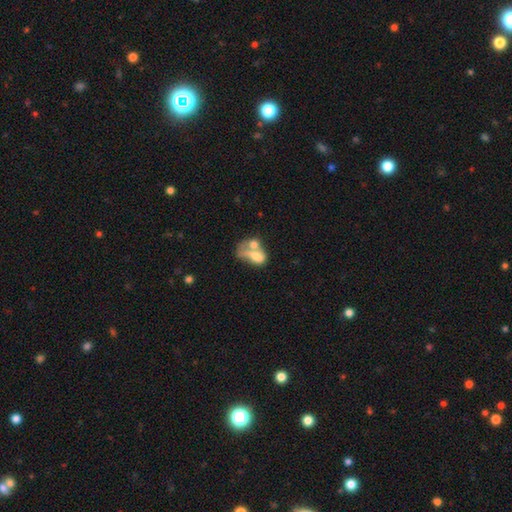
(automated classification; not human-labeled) Q: Smooth or featured?
A: smooth (58%); runner-up: featured or disk (32%)
Q: How rounded?
A: in between (83%); runner-up: round (14%)
Q: Merging?
A: merger (60%); runner-up: major disturbance (18%)